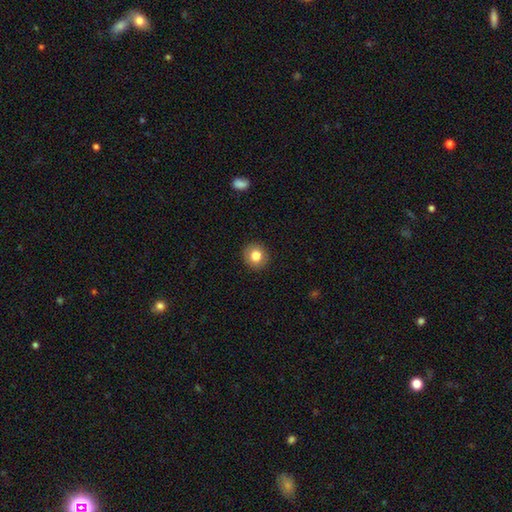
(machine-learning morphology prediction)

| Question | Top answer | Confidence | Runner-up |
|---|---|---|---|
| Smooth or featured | smooth | 82% | featured or disk (9%) |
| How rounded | round | 89% | in between (11%) |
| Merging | none | 90% | minor disturbance (7%) |